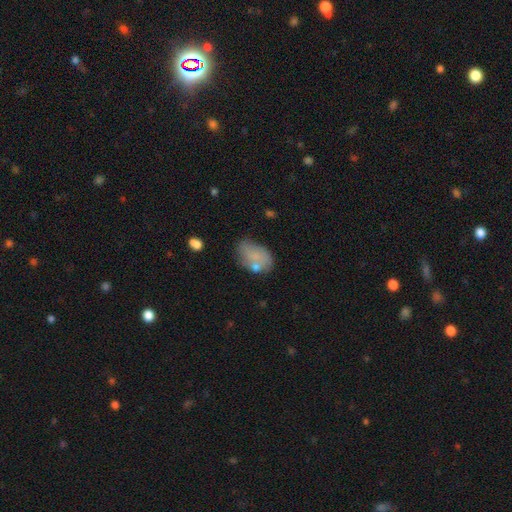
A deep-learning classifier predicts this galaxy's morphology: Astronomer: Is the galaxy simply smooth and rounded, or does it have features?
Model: smooth — 71%.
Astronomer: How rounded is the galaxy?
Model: in between — 89%.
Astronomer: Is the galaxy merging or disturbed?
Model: none — 49% (runner-up: minor disturbance, 28%).